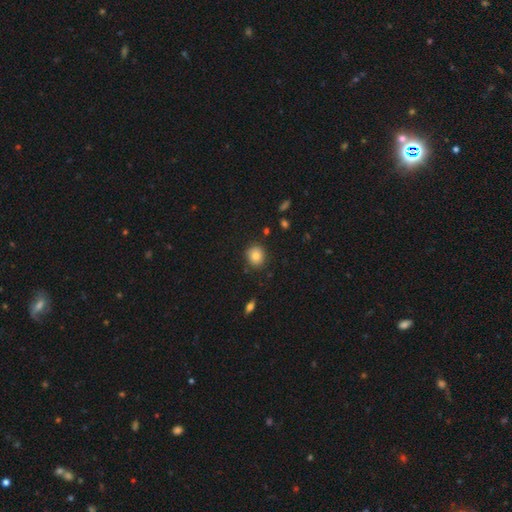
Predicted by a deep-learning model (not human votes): Smooth or featured?
  - smooth: 82% *
  - star or artifact: 10%
  - featured or disk: 8%
How rounded?
  - round: 80% *
  - in between: 19%
  - cigar-shaped: 1%
Merging?
  - none: 86% *
  - minor disturbance: 10%
  - major disturbance: 2%
  - merger: 2%